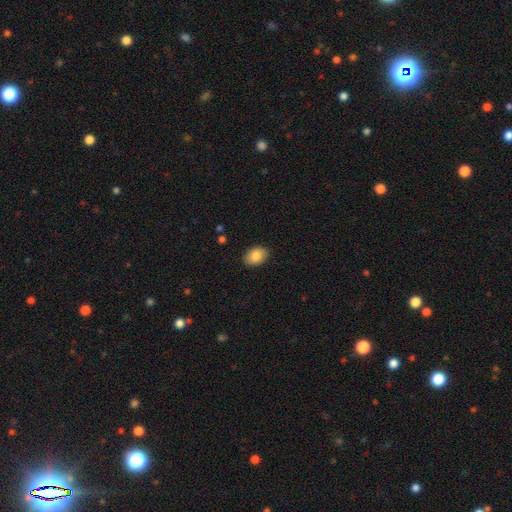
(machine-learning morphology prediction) Smooth or featured? Predicted: smooth (p=0.86). How rounded? Predicted: in between (p=0.79). Merging? Predicted: none (p=0.88).